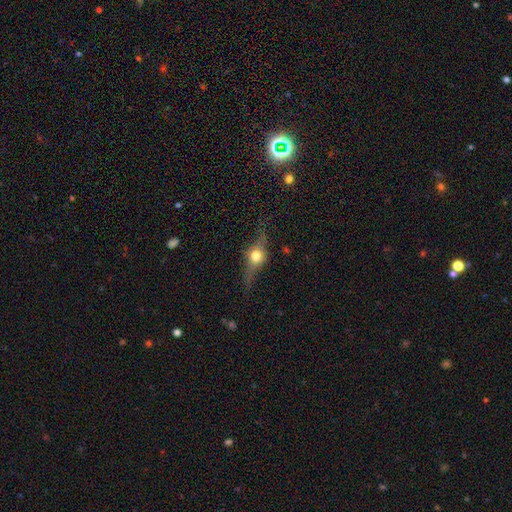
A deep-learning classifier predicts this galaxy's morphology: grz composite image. It shows a featured or disk galaxy (68%) viewed edge-on (88%) with a rounded central bulge (96%). Merging: none (75%).